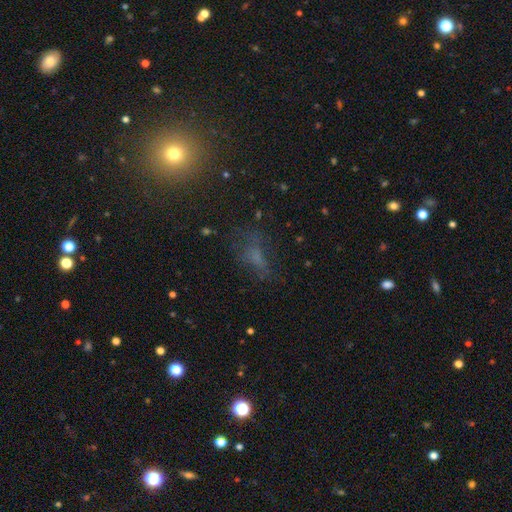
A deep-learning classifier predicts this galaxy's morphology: smooth-or-featured: smooth: 47% | star or artifact: 31% | featured or disk: 22%
  merging: none: 52% | major disturbance: 23% | minor disturbance: 20% | merger: 4%